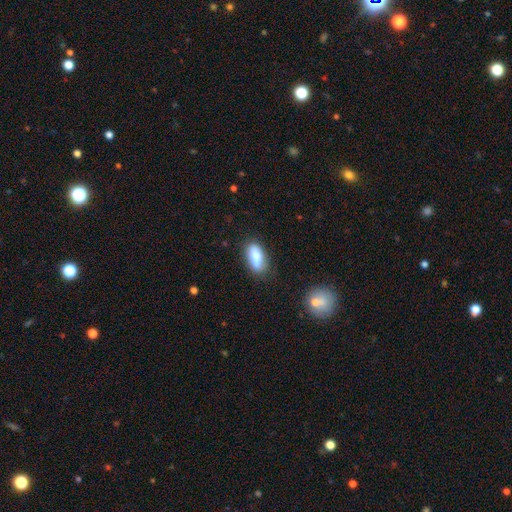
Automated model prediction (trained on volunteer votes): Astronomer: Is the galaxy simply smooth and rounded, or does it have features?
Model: smooth — 76%.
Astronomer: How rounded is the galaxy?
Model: in between — 78%.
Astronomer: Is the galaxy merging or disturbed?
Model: none — 75%.